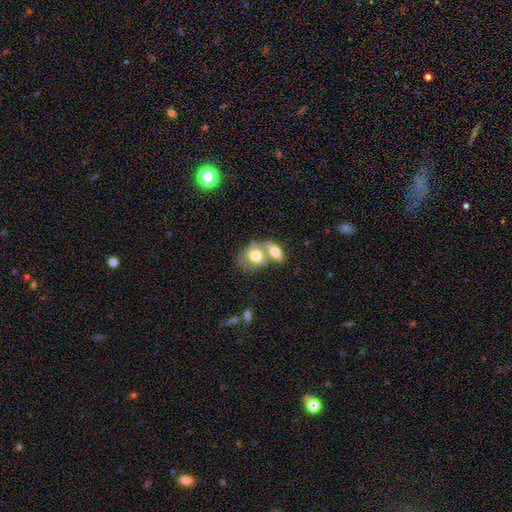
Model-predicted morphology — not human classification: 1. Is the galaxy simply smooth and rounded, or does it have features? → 69% smooth, 24% featured or disk, 6% star or artifact.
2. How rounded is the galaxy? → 62% in between, 36% round, 2% cigar-shaped.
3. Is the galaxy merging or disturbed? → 57% merger, 29% none, 9% minor disturbance, 5% major disturbance.